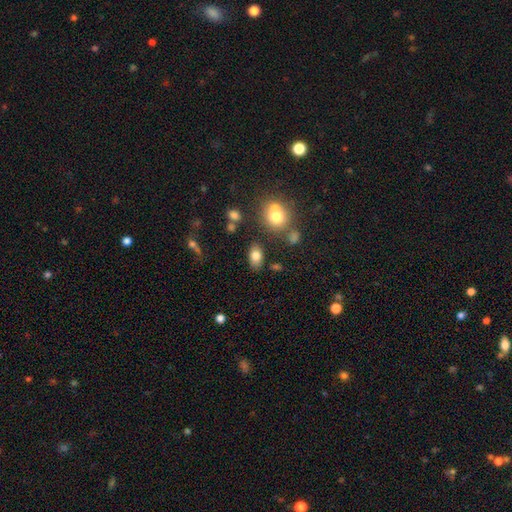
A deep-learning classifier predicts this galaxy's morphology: This is likely a smooth galaxy (80%). How rounded: clearly in between (87%). Merging: likely none (79%).